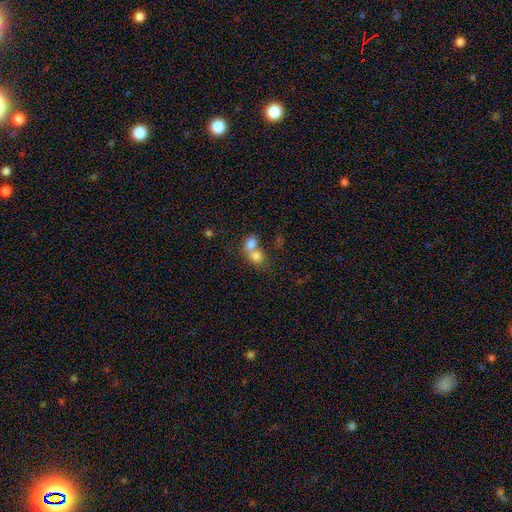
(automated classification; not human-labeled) Smooth or featured? Predicted: smooth (p=0.76). How rounded? Predicted: round (p=0.57). Merging? Predicted: merger (p=0.69).